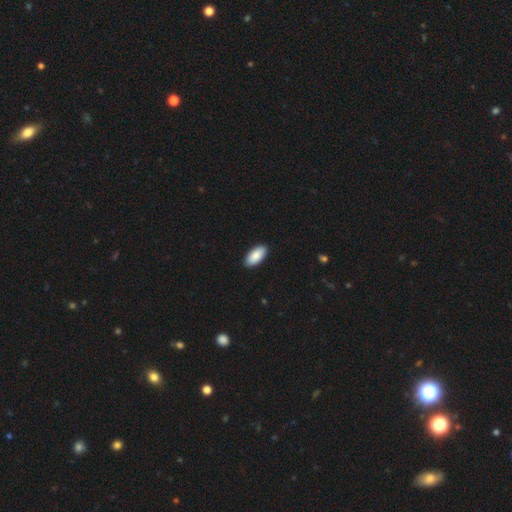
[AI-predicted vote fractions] smooth_or_featured: smooth (p=0.89) [alt: star or artifact p=0.05]
how_rounded: in between (p=0.94) [alt: cigar-shaped p=0.04]
merging: none (p=0.90) [alt: minor disturbance p=0.07]